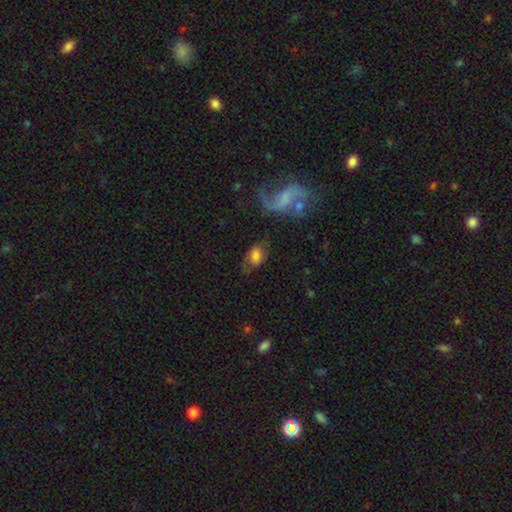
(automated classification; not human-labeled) This is possibly a smooth galaxy (56%). How rounded: clearly in between (82%). Merging: possibly none (54%).